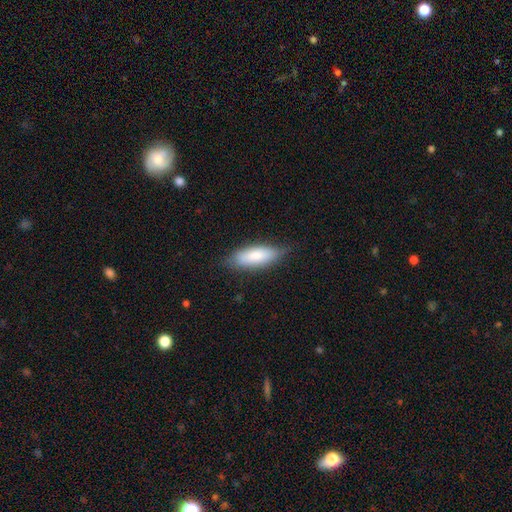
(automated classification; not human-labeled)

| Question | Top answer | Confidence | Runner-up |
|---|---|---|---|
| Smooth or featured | smooth | 80% | featured or disk (15%) |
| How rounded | in between | 70% | cigar-shaped (28%) |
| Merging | none | 73% | minor disturbance (21%) |